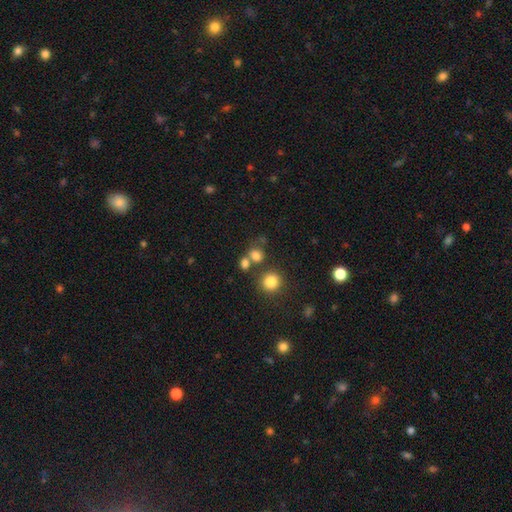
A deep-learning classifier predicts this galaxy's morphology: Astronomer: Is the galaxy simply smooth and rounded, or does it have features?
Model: smooth — 77%.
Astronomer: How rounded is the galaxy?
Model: round — 74%.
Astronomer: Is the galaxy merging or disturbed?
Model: none — 56%.